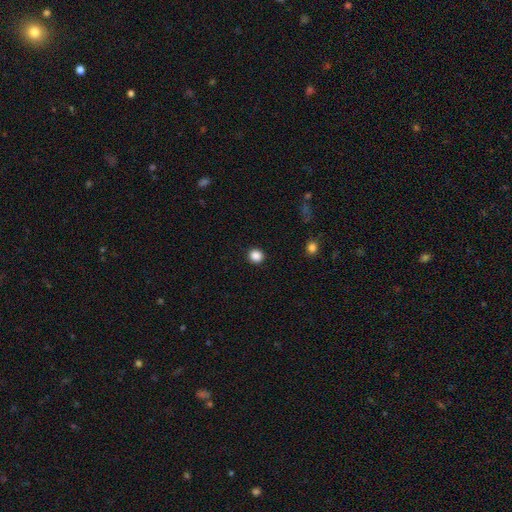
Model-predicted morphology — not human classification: smooth 87%, star or artifact 10%, featured or disk 3%. Down the decision tree: how rounded — round (92%); merging — none (93%).